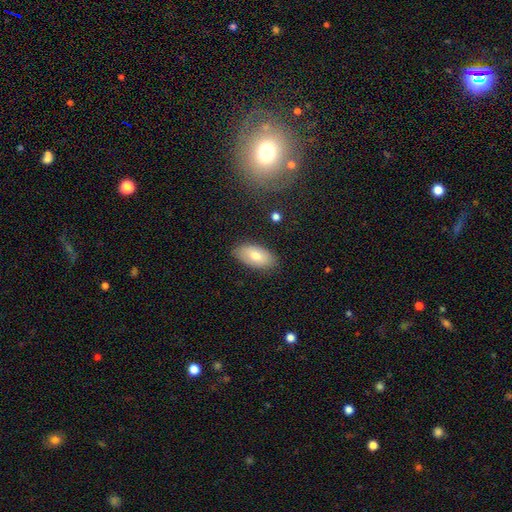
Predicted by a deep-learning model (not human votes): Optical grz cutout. It shows a smooth galaxy with no disk features (72%) that is in between round and cigar-shaped (94%). Merging: none (84%).